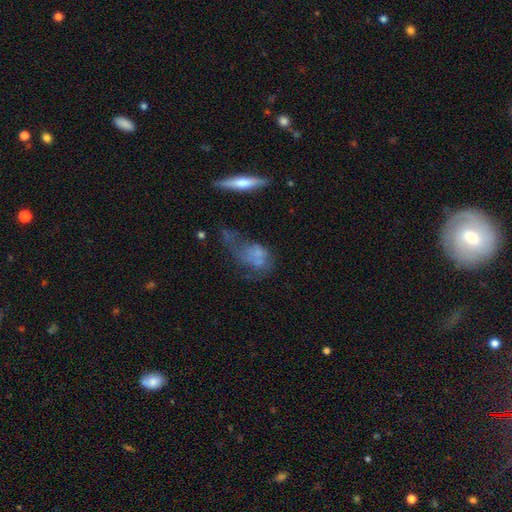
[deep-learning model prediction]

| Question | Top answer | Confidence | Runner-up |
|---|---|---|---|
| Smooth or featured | smooth | 48% | featured or disk (40%) |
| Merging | major disturbance | 42% | none (24%) |